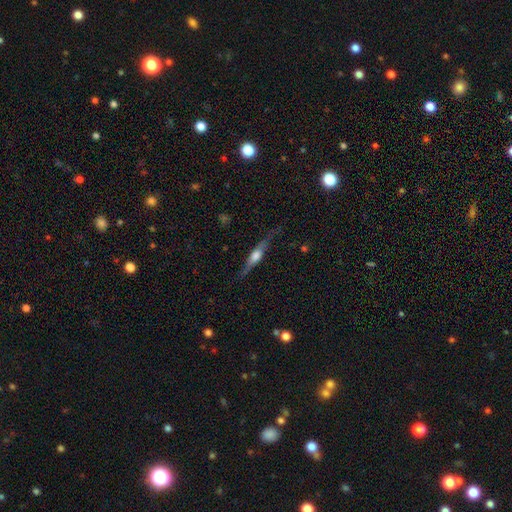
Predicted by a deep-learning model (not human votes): smooth-or-featured: featured or disk: 62% | smooth: 32% | star or artifact: 6%
  disk-edge-on: yes: 93% | no: 7%
    edge-on-bulge: rounded: 79% | boxy: 16% | none: 6%
  merging: none: 71% | minor disturbance: 21% | major disturbance: 7% | merger: 2%